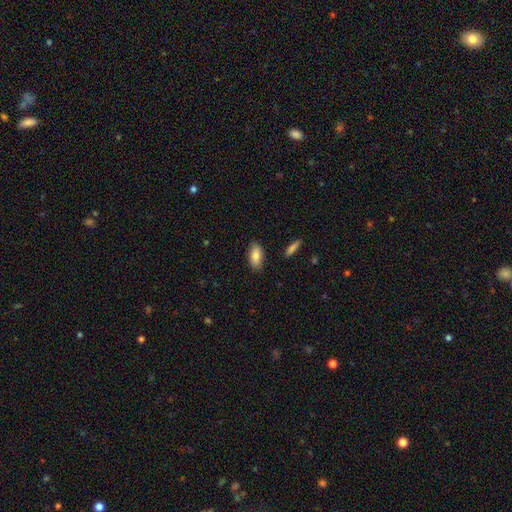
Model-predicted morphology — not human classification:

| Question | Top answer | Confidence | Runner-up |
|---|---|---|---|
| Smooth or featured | smooth | 84% | featured or disk (10%) |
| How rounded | in between | 90% | cigar-shaped (7%) |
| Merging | none | 85% | minor disturbance (11%) |